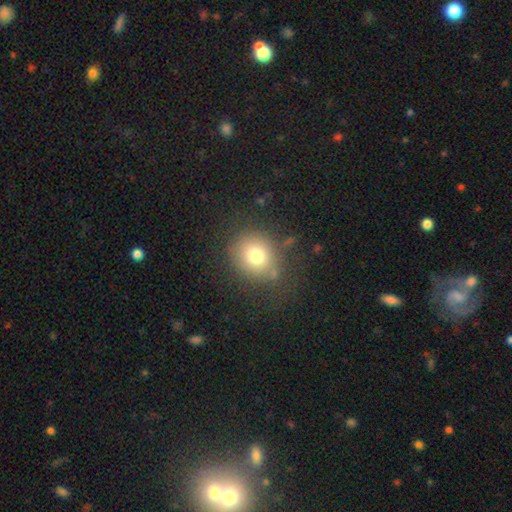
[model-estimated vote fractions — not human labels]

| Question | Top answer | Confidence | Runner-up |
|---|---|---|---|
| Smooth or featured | smooth | 74% | star or artifact (13%) |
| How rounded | round | 76% | in between (23%) |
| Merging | none | 75% | minor disturbance (14%) |